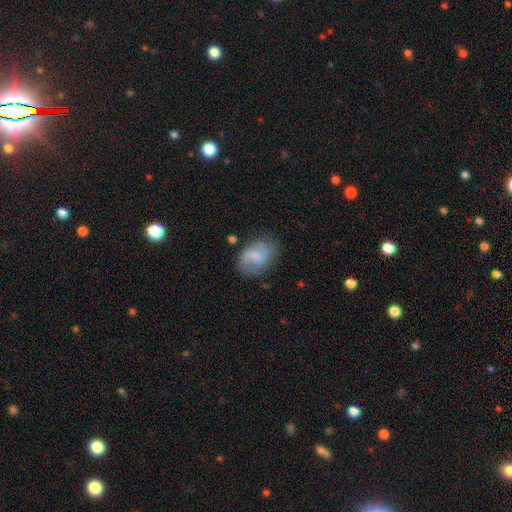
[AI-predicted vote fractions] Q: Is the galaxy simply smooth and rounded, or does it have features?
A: featured or disk — 48%.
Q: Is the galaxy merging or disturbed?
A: none — 60%.